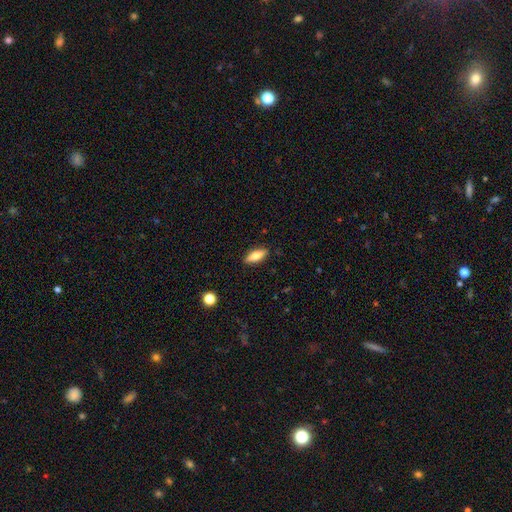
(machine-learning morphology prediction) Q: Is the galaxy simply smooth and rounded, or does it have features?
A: smooth — 65%.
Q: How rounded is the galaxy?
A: in between — 64%.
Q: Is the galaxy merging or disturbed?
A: none — 88%.